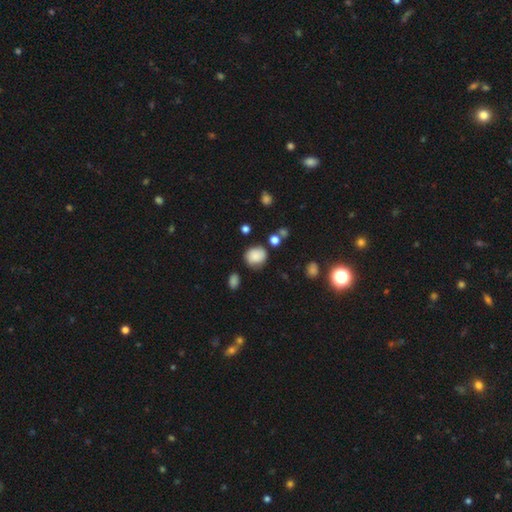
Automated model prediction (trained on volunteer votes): Overall: smooth (83%). How rounded: round (70%). Merging: none (66%).